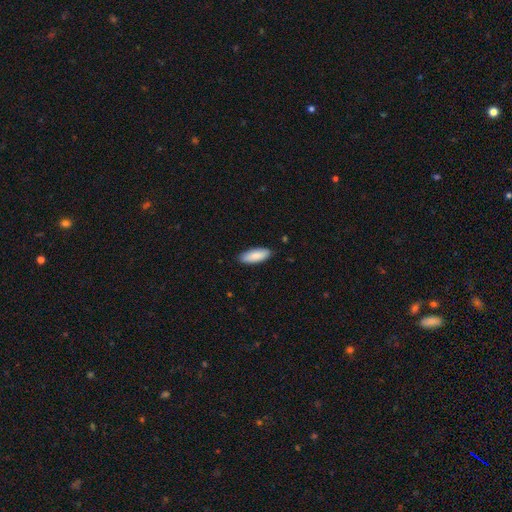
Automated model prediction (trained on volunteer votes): Smooth or featured? smooth (87%)
How rounded? in between (75%)
Merging? none (88%)